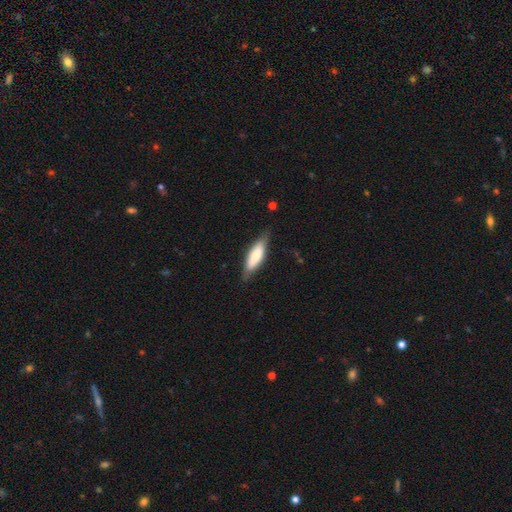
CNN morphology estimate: Smooth or featured?
  - smooth: 64% *
  - featured or disk: 30%
  - star or artifact: 6%
How rounded?
  - in between: 50% *
  - cigar-shaped: 48%
  - round: 2%
Merging?
  - none: 75% *
  - minor disturbance: 20%
  - major disturbance: 4%
  - merger: 1%